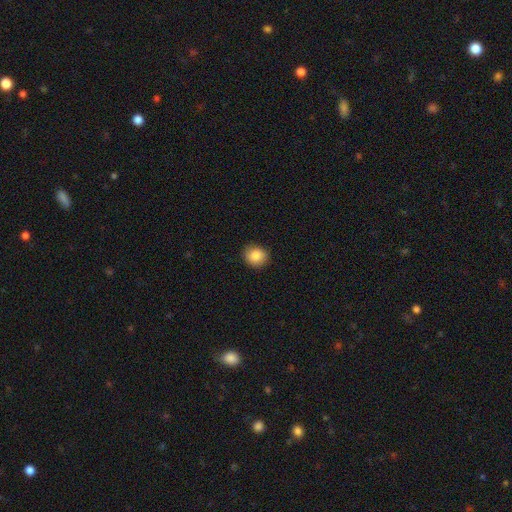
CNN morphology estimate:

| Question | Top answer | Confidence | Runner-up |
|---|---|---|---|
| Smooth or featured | smooth | 86% | star or artifact (8%) |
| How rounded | round | 79% | in between (20%) |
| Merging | none | 87% | minor disturbance (10%) |